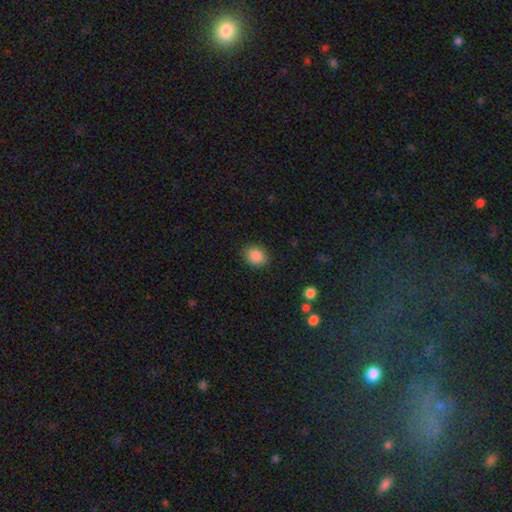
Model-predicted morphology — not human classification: Smooth or featured? Predicted: smooth (p=0.88). How rounded? Predicted: round (p=0.53). Merging? Predicted: none (p=0.86).